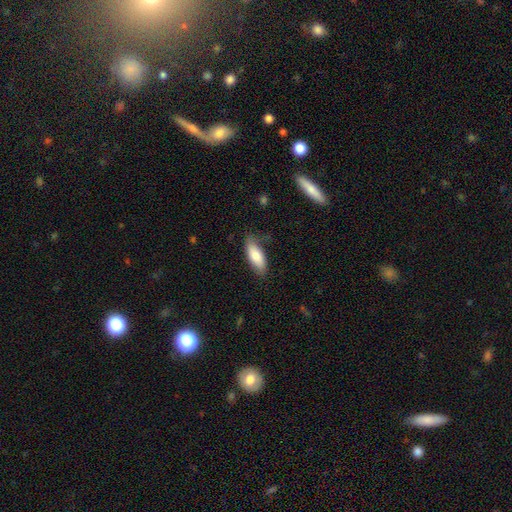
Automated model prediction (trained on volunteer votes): Smooth or featured?
  - smooth: 79% *
  - featured or disk: 15%
  - star or artifact: 6%
How rounded?
  - in between: 77% *
  - cigar-shaped: 21%
  - round: 2%
Merging?
  - none: 70% *
  - minor disturbance: 23%
  - major disturbance: 5%
  - merger: 2%